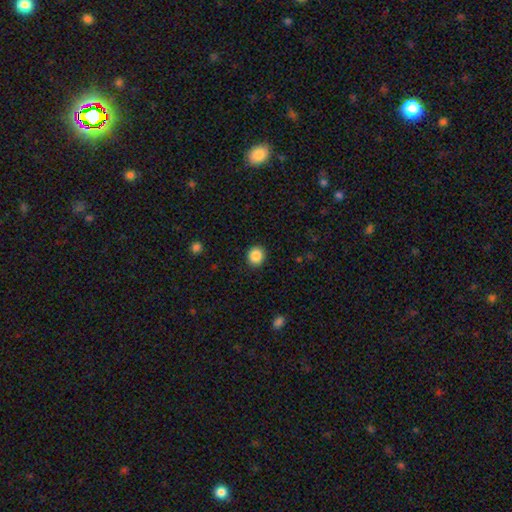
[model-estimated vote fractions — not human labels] A smooth galaxy with no disk features (88%) that is round (81%).

Vote fractions:
- Smooth or featured? smooth: 88% / star or artifact: 9% / featured or disk: 3%
- How rounded? round: 81% / in between: 18% / cigar-shaped: 1%
- Merging? none: 91% / minor disturbance: 6% / major disturbance: 2% / merger: 1%